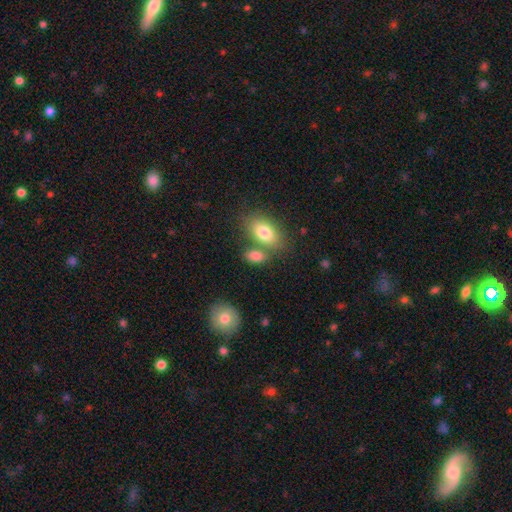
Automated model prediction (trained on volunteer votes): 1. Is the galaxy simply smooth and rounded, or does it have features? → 82% smooth, 10% featured or disk, 8% star or artifact.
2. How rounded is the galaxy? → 88% in between, 9% round, 3% cigar-shaped.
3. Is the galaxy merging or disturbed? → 54% none, 28% merger, 13% minor disturbance, 5% major disturbance.